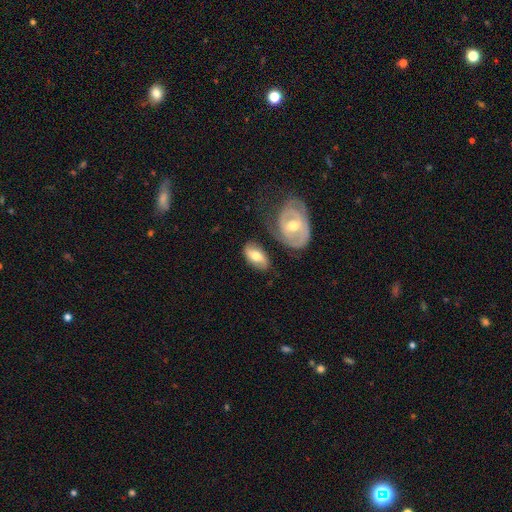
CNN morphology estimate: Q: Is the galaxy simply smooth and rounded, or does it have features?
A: smooth — 52%.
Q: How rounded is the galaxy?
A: in between — 90%.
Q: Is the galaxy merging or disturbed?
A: none — 63%.